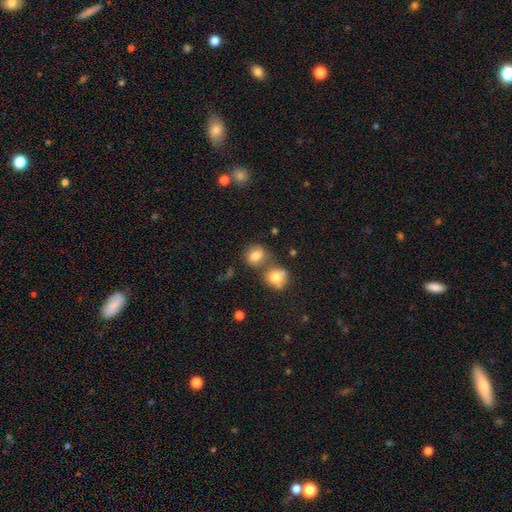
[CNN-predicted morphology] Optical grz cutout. It shows a smooth galaxy with no disk features (78%) that is round (57%). Merging: none (52%).